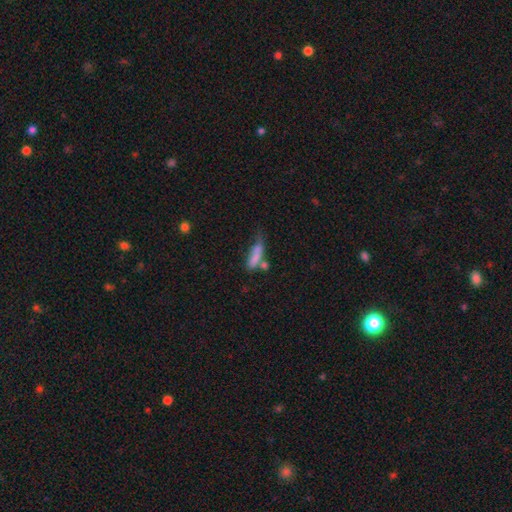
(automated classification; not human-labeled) Morphology: type=smooth (70%); roundness=cigar-shaped (51%); merging=merger (29%).